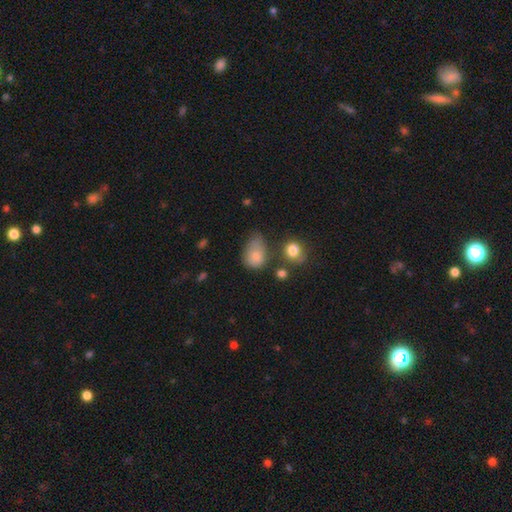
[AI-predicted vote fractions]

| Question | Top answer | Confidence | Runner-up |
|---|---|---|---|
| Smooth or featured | smooth | 77% | featured or disk (13%) |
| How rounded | in between | 68% | round (31%) |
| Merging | minor disturbance | 38% | none (29%) |